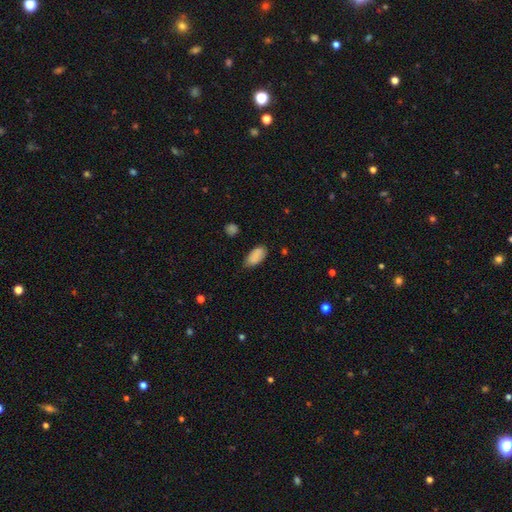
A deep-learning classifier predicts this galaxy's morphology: This appears to be a smooth galaxy with no disk features (88%) that is in between round and cigar-shaped (93%). Merging: none (70%).